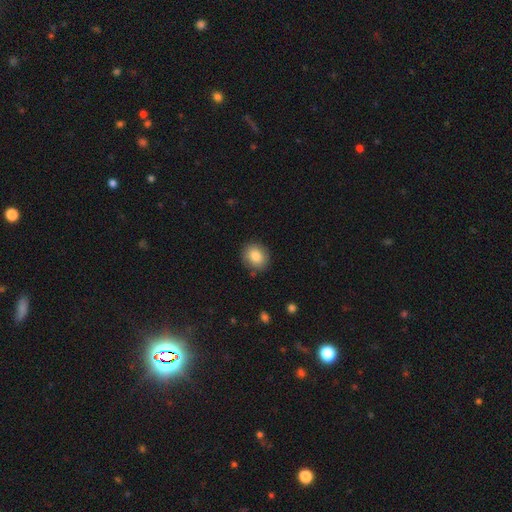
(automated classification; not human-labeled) A smooth galaxy with no disk features (82%) that is round (75%). Merging: none (87%).